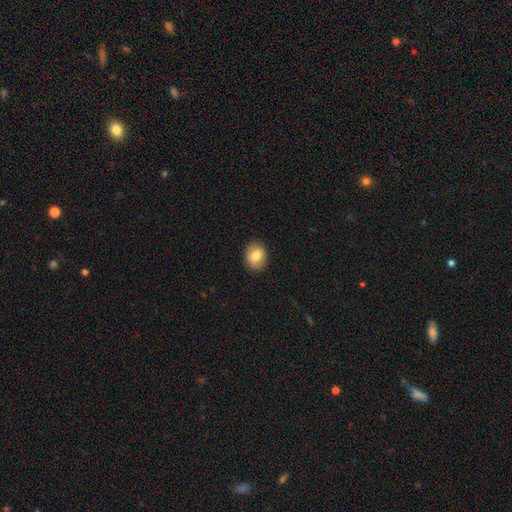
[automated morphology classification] smooth 81%, featured or disk 10%, star or artifact 9%. Down the decision tree: how rounded — round (54%); merging — none (89%).